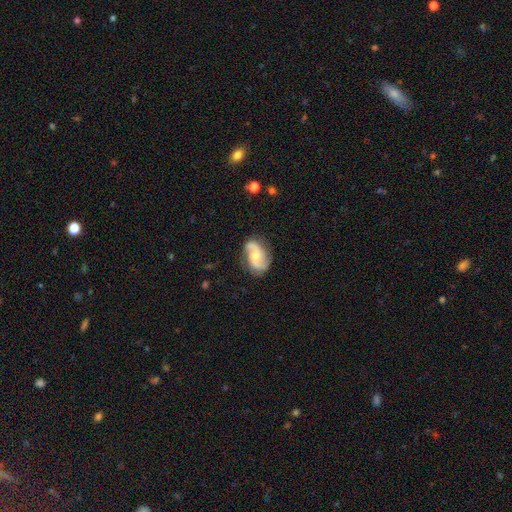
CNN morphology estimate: Smooth or featured?
  - featured or disk: 80% *
  - smooth: 14%
  - star or artifact: 6%
Edge-on disk?
  - no: 97% *
  - yes: 3%
Bar?
  - no: 61% *
  - weak: 31%
  - strong: 8%
Spiral arms?
  - yes: 95% *
  - no: 5%
Spiral winding?
  - medium: 42% *
  - loose: 41%
  - tight: 17%
Spiral arm count?
  - 2: 91% *
  - can't tell: 4%
  - 1: 2%
  - 3: 1%
  - 4: 1%
  - more than 4: 1%
Bulge size?
  - moderate: 53% *
  - small: 42%
  - large: 2%
  - none: 2%
  - dominant: 1%
Merging?
  - none: 77% *
  - minor disturbance: 16%
  - major disturbance: 5%
  - merger: 2%